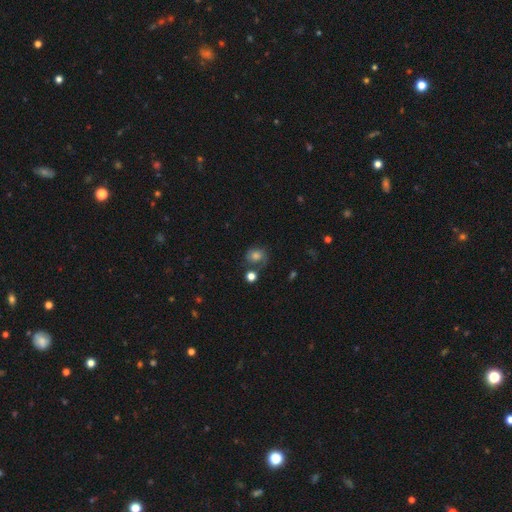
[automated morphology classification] Smooth or featured? smooth (55%)
How rounded? round (67%)
Merging? none (51%)